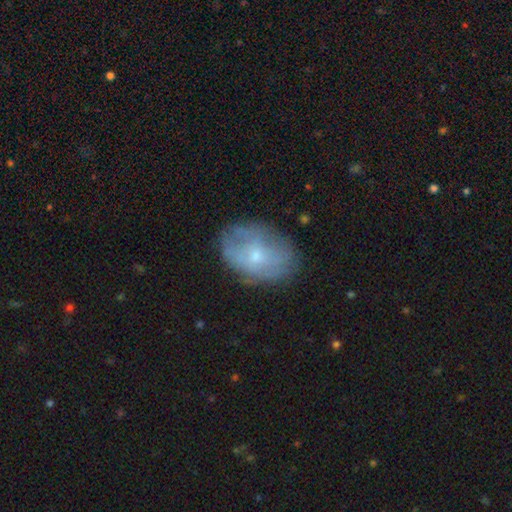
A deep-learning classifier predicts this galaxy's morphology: type=featured or disk (48%); merging=none (68%).